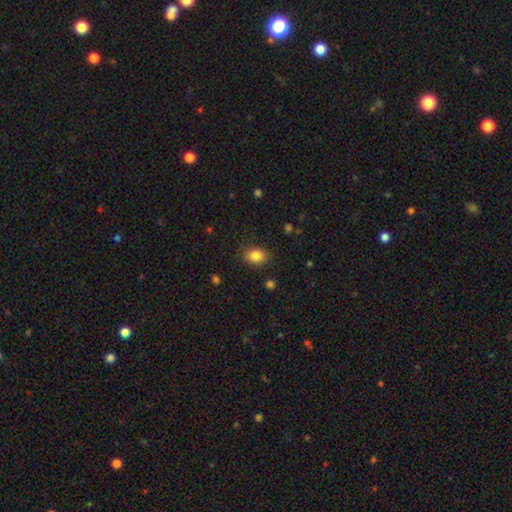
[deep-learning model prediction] Smooth or featured: smooth — 85% (star or artifact — 9%)
How rounded: in between — 69% (round — 29%)
Merging: none — 84% (minor disturbance — 11%)